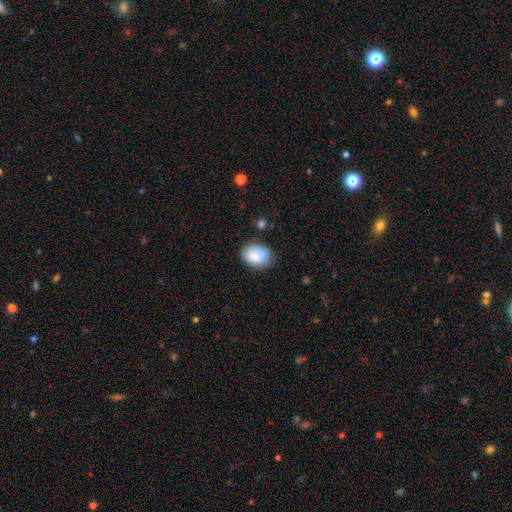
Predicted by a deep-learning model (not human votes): A smooth galaxy with no disk features (84%) that is in between round and cigar-shaped (67%).

Vote fractions:
- Smooth or featured? smooth: 84% / featured or disk: 9% / star or artifact: 7%
- How rounded? in between: 67% / round: 32% / cigar-shaped: 1%
- Merging? none: 68% / minor disturbance: 24% / major disturbance: 5% / merger: 3%